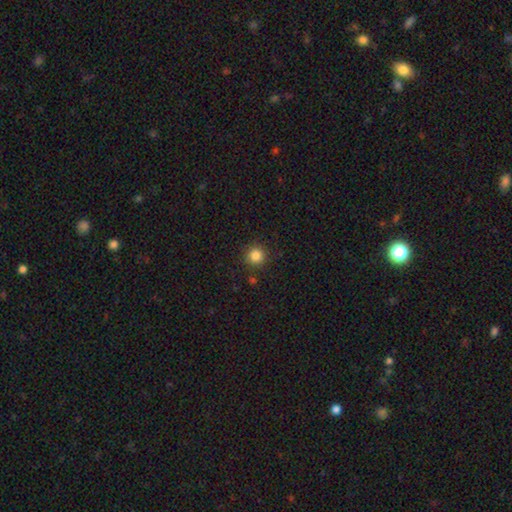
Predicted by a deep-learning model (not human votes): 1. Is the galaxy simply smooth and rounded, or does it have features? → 84% smooth, 12% star or artifact, 4% featured or disk.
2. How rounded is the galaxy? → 95% round, 5% in between, 1% cigar-shaped.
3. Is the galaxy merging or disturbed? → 90% none, 6% minor disturbance, 2% major disturbance, 2% merger.